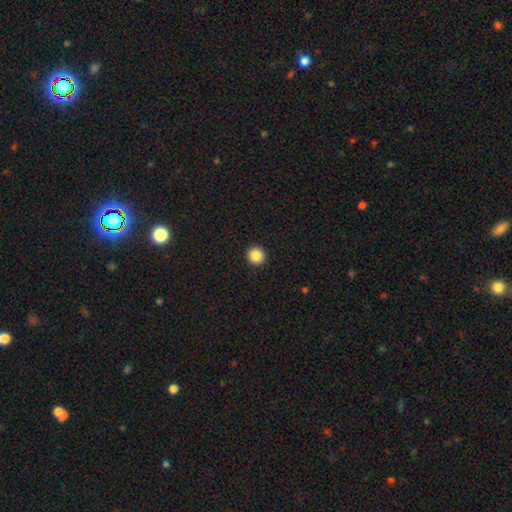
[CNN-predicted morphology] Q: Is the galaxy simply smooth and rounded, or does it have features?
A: smooth — 87%.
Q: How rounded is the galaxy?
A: round — 94%.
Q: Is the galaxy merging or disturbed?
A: none — 94%.